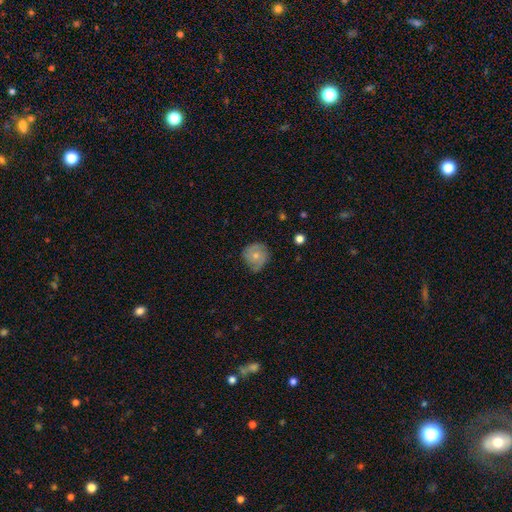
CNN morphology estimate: This appears to be a smooth galaxy with no disk features (55%) that is round (87%). Merging: none (63%).